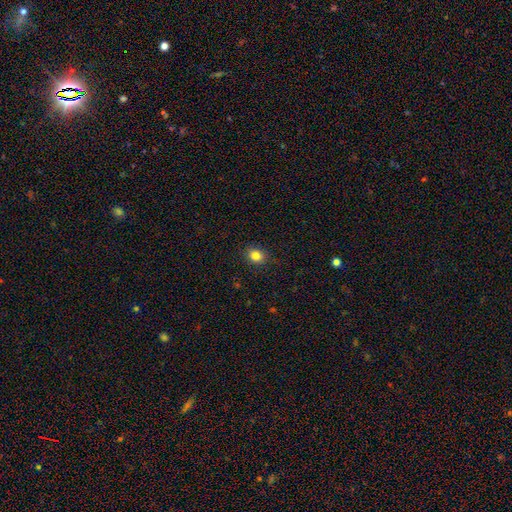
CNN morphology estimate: This is clearly a smooth galaxy (84%). How rounded: likely round (64%). Merging: clearly none (89%).